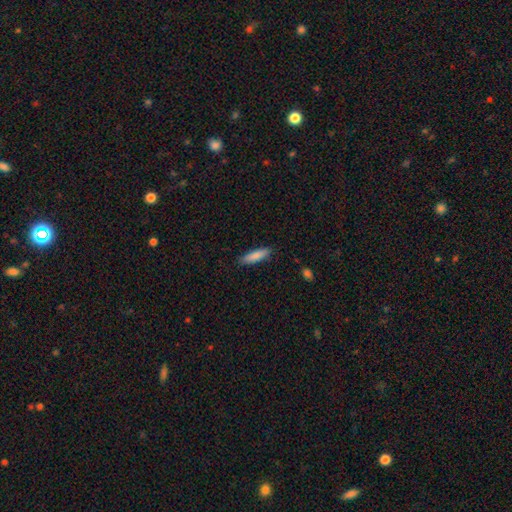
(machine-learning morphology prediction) This appears to be a smooth galaxy with no disk features (84%) that is cigar-shaped (70%). Merging: none (87%).